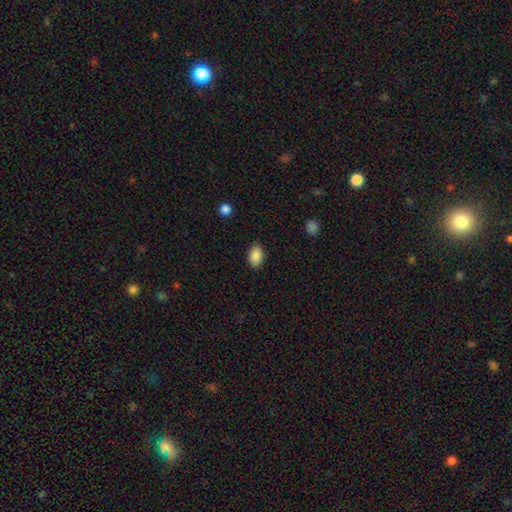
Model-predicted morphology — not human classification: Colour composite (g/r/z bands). It shows a smooth galaxy with no disk features (89%) that is in between round and cigar-shaped (89%). Merging: none (86%).